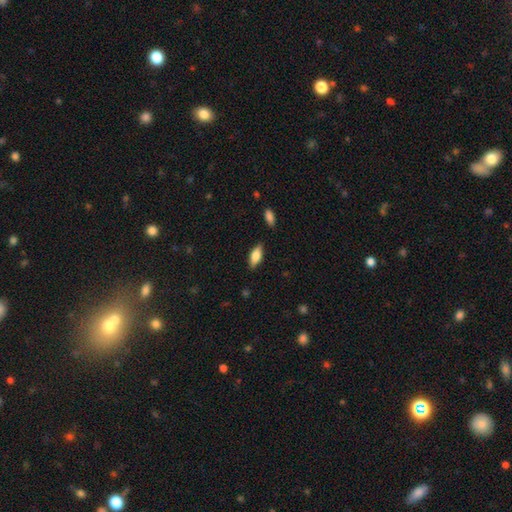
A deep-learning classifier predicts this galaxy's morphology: Smooth or featured: smooth — 75% (featured or disk — 18%)
How rounded: in between — 79% (cigar-shaped — 18%)
Merging: none — 85% (minor disturbance — 11%)